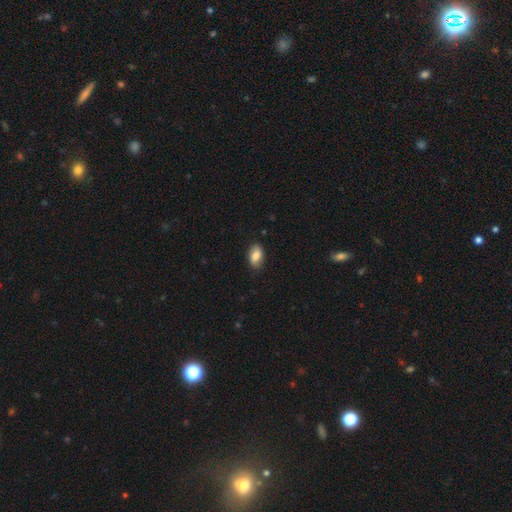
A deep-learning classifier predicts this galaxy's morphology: The model was most divided on "smooth or featured": smooth: 80%, featured or disk: 13%, star or artifact: 7%. More confident: how rounded — in between (91%); merging — none (84%).